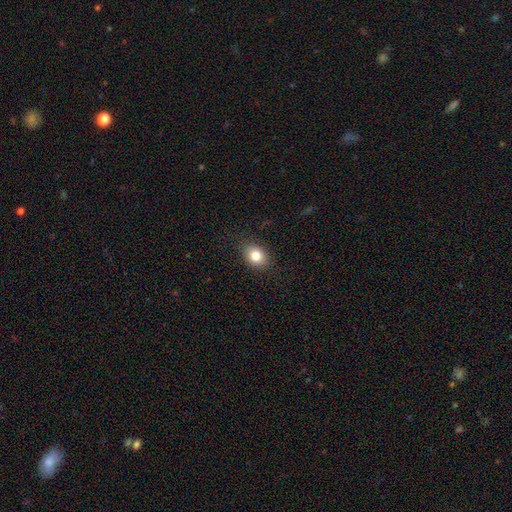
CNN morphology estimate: This appears to be a smooth galaxy with no disk features (81%) that is in between round and cigar-shaped (64%). Merging: none (86%).